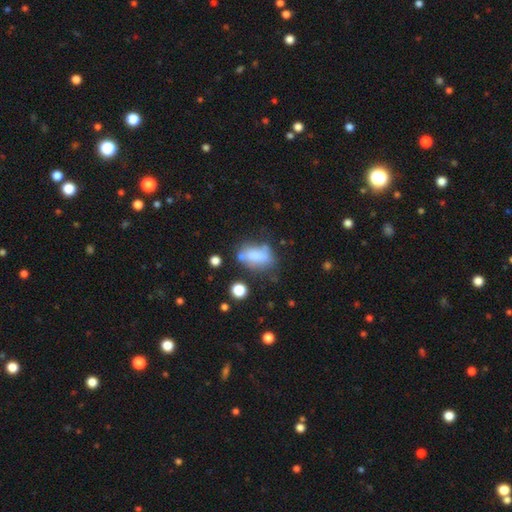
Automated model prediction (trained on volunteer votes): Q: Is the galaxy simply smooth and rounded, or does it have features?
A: smooth — 67%.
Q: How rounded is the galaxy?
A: in between — 82%.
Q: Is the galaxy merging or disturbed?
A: none — 42%.